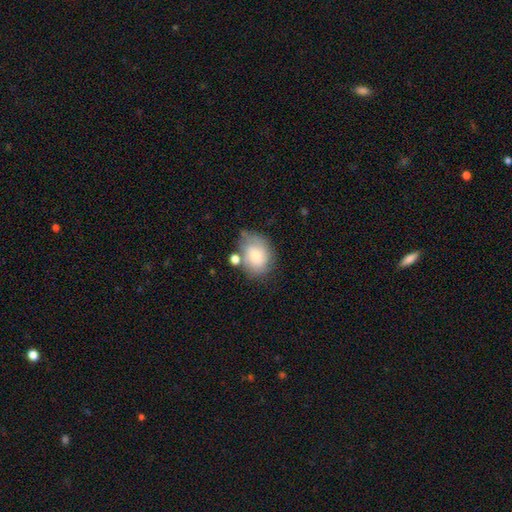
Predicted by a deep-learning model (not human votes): This is possibly a smooth galaxy (58%). How rounded: possibly in between (57%). Merging: possibly none (51%).